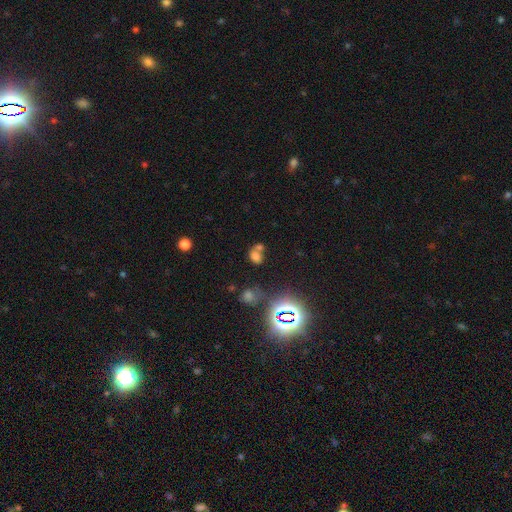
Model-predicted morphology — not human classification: Smooth or featured?
  - smooth: 58% *
  - star or artifact: 30%
  - featured or disk: 12%
How rounded?
  - in between: 61% *
  - round: 37%
  - cigar-shaped: 2%
Merging?
  - merger: 49% *
  - none: 35%
  - minor disturbance: 10%
  - major disturbance: 7%